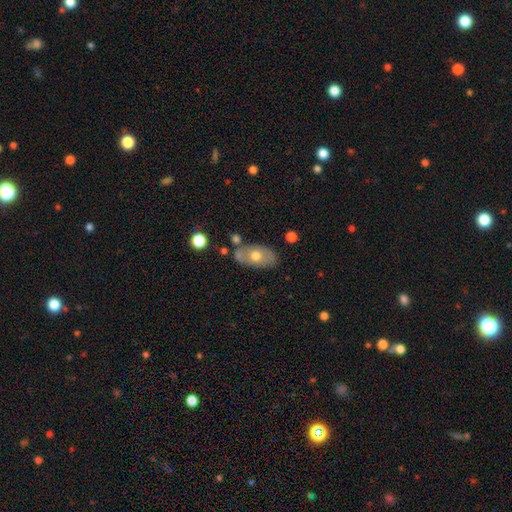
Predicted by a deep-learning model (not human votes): This is possibly a smooth galaxy (60%). How rounded: clearly in between (90%). Merging: likely none (68%).